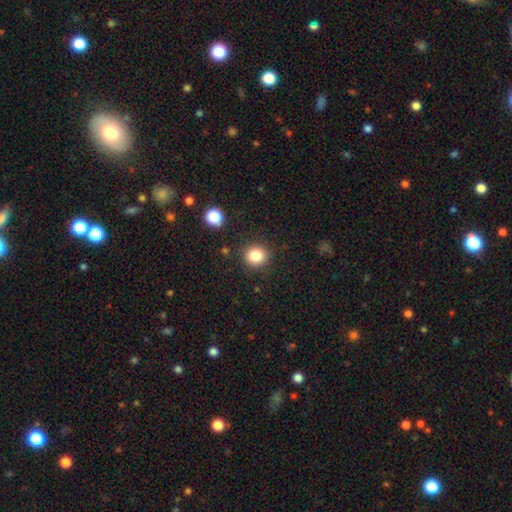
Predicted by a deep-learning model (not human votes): This is clearly a smooth galaxy (83%). How rounded: clearly round (88%). Merging: clearly none (88%).